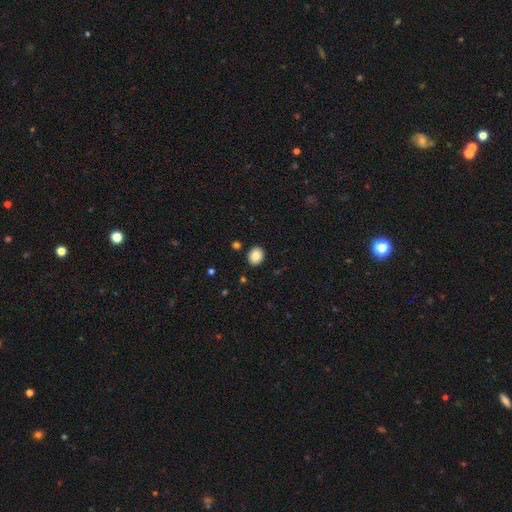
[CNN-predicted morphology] Smooth or featured? Predicted: smooth (p=0.87). How rounded? Predicted: round (p=0.57). Merging? Predicted: none (p=0.88).